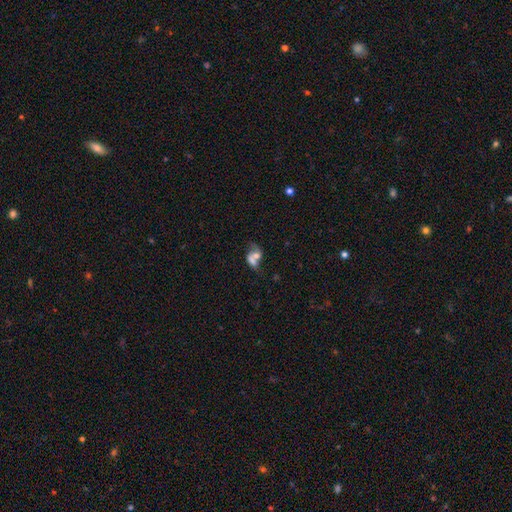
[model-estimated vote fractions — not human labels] Smooth or featured? smooth (50%)
How rounded? in between (67%)
Merging? merger (61%)